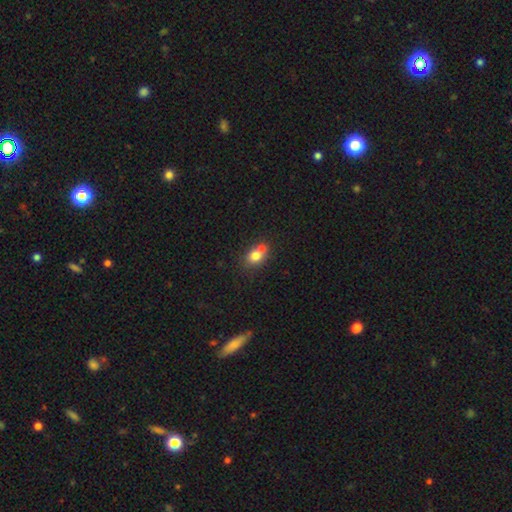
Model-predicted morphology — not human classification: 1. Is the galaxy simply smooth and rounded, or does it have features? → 75% smooth, 14% featured or disk, 11% star or artifact.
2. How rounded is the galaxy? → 57% round, 42% in between, 1% cigar-shaped.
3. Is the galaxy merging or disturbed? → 53% merger, 35% none, 9% minor disturbance, 3% major disturbance.